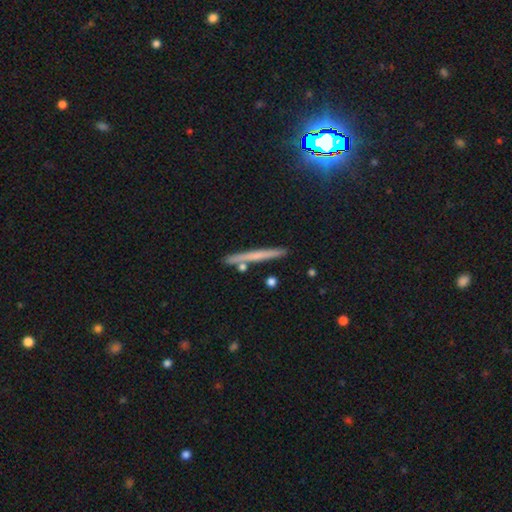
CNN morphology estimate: Smooth or featured: smooth — 52% (featured or disk — 39%)
How rounded: cigar-shaped — 95% (in between — 2%)
Merging: none — 85% (minor disturbance — 8%)